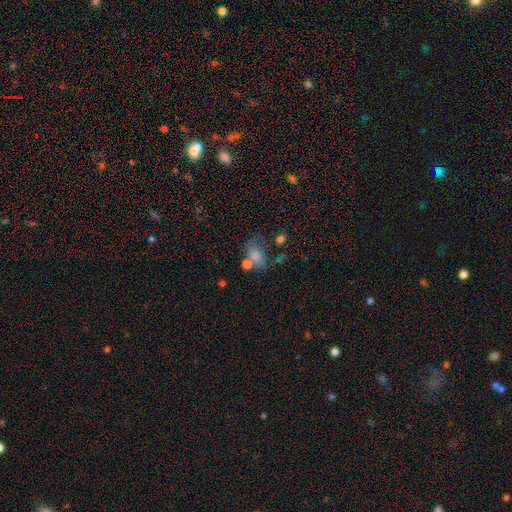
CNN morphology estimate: This is likely a smooth galaxy (64%). How rounded: likely in between (73%). Merging: marginally none (31%).